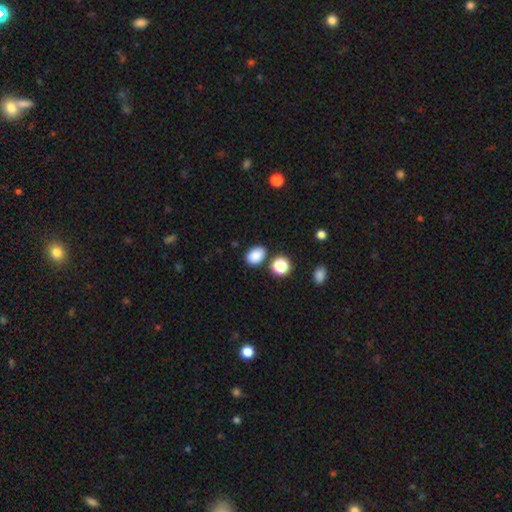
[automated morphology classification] Smooth or featured: smooth — 85% (star or artifact — 11%)
How rounded: in between — 74% (round — 25%)
Merging: none — 79% (minor disturbance — 11%)